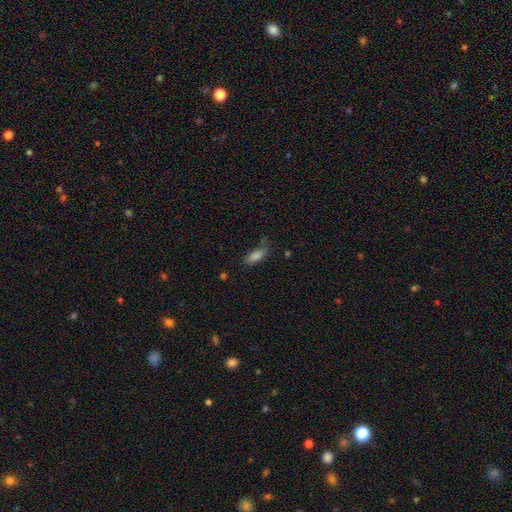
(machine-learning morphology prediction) Q: Smooth or featured?
A: smooth (83%); runner-up: star or artifact (9%)
Q: How rounded?
A: in between (69%); runner-up: cigar-shaped (28%)
Q: Merging?
A: none (65%); runner-up: minor disturbance (24%)